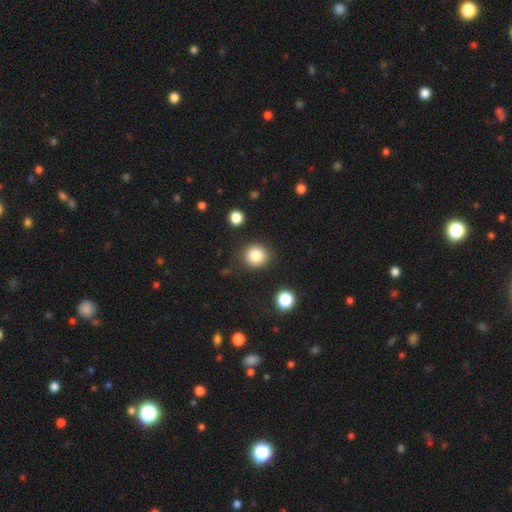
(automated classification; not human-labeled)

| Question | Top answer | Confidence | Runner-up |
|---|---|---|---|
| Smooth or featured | smooth | 84% | star or artifact (10%) |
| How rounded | round | 87% | in between (12%) |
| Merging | none | 86% | minor disturbance (8%) |